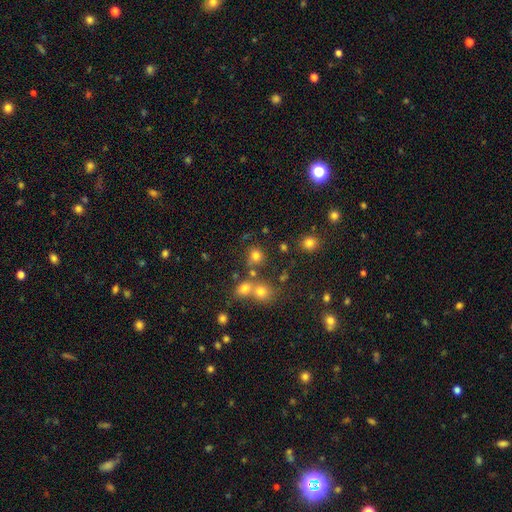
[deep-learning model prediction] smooth_or_featured: smooth (p=0.74) [alt: star or artifact p=0.18]
how_rounded: round (p=0.84) [alt: in between p=0.15]
merging: none (p=0.64) [alt: merger p=0.20]